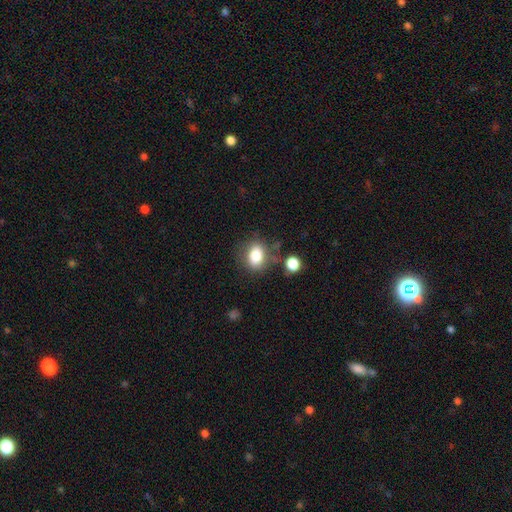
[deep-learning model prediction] Morphology: type=smooth (81%); roundness=in between (61%); merging=none (72%).